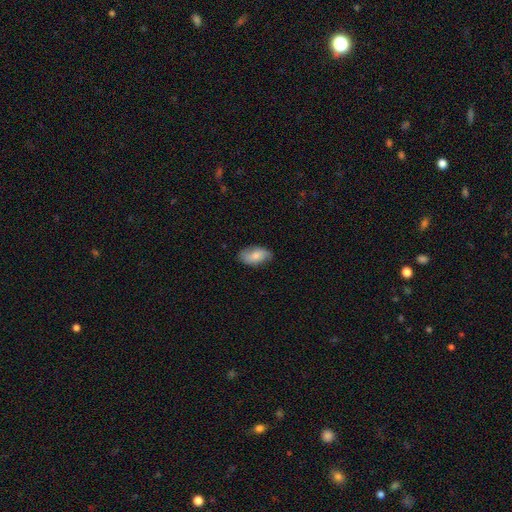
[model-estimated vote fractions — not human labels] Q: Smooth or featured?
A: smooth (69%); runner-up: featured or disk (24%)
Q: How rounded?
A: in between (93%); runner-up: round (4%)
Q: Merging?
A: none (76%); runner-up: minor disturbance (19%)